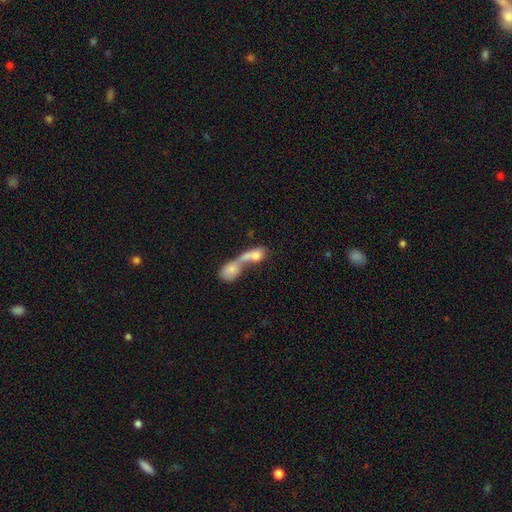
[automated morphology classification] Overall: smooth (50%; featured or disk 31%). Merging: merger (57%; none 28%).